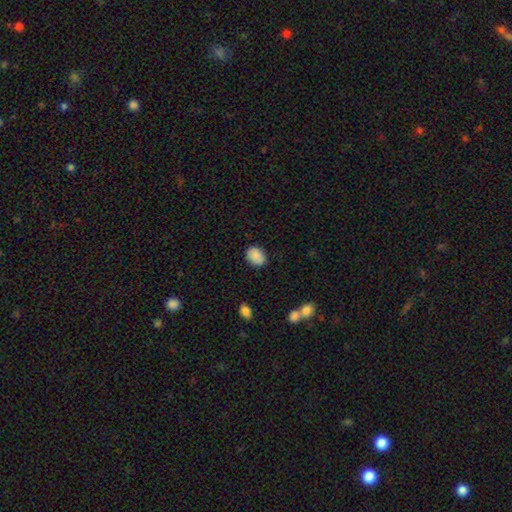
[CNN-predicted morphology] type=smooth (88%); roundness=in between (68%); merging=none (83%).